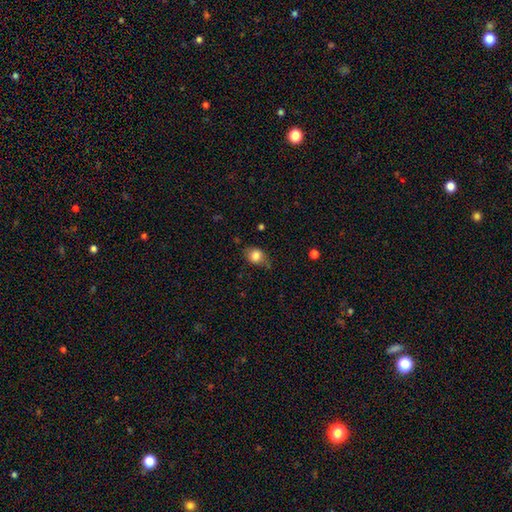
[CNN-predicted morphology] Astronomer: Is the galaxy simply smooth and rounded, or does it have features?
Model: smooth — 81%.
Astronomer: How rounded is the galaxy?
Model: in between — 53% (runner-up: round, 45%).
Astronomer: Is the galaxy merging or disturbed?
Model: none — 60%.